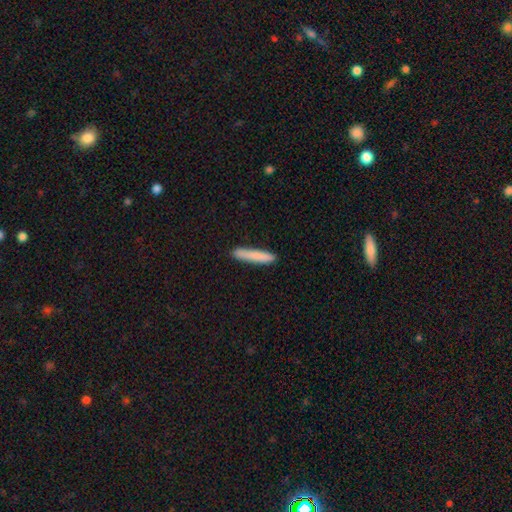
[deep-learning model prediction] smooth-or-featured: smooth: 84% | featured or disk: 10% | star or artifact: 6%
  how-rounded: cigar-shaped: 93% | in between: 5% | round: 1%
  merging: none: 89% | minor disturbance: 8% | major disturbance: 2% | merger: 1%